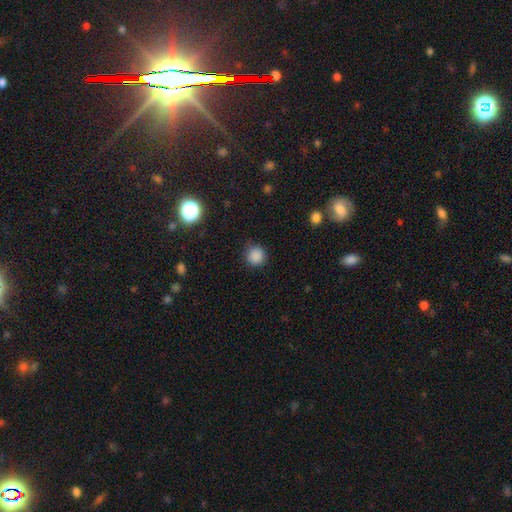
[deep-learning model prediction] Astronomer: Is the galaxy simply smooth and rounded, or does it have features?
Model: smooth — 85%.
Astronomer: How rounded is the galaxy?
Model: round — 92%.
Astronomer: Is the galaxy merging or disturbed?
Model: none — 85%.